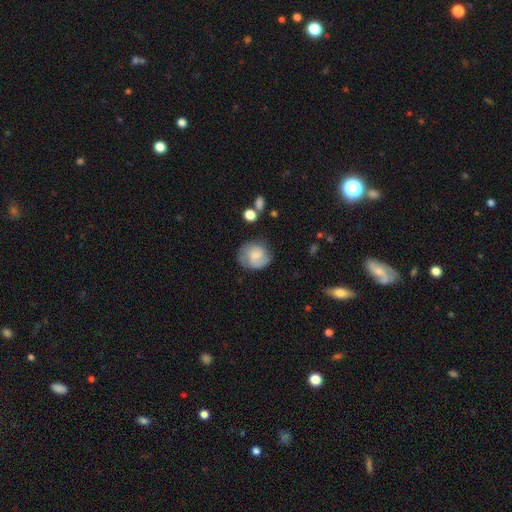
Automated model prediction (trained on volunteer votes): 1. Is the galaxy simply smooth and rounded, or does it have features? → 52% smooth, 40% featured or disk, 8% star or artifact.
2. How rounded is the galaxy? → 71% round, 28% in between, 1% cigar-shaped.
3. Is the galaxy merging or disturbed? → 65% none, 23% minor disturbance, 10% major disturbance, 3% merger.